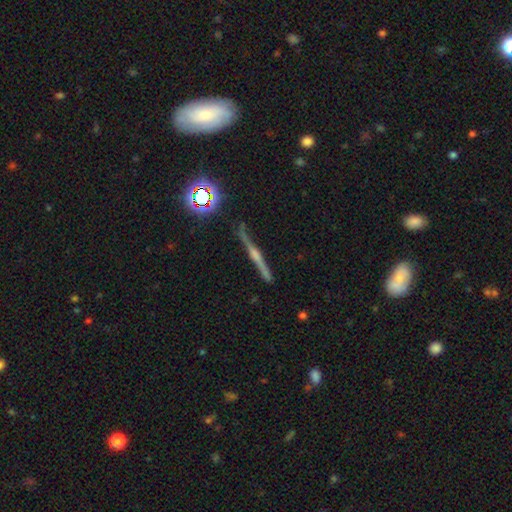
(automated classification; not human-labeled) smooth_or_featured: featured or disk (p=0.72) [alt: smooth p=0.16]
disk_edge_on: yes (p=0.97) [alt: no p=0.03]
edge_on_bulge: rounded (p=0.74) [alt: none p=0.15]
merging: none (p=0.83) [alt: minor disturbance p=0.12]